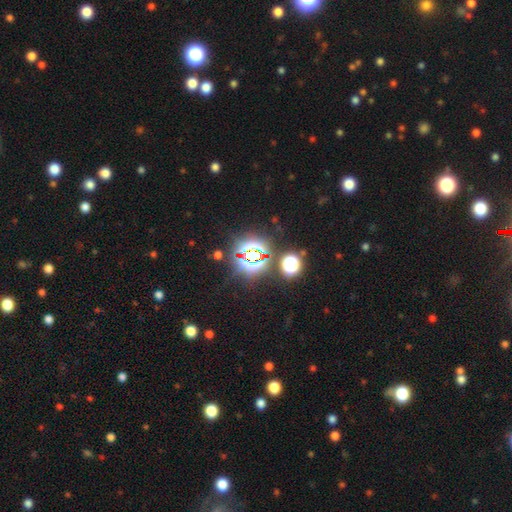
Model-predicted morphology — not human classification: This appears to be a star or artifact, not a galaxy (79%).